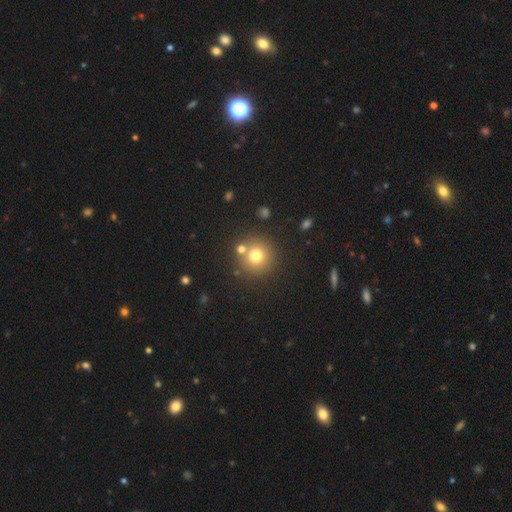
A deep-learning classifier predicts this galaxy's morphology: This appears to be a smooth galaxy with no disk features (74%) that is round (94%). Merging: none (76%).